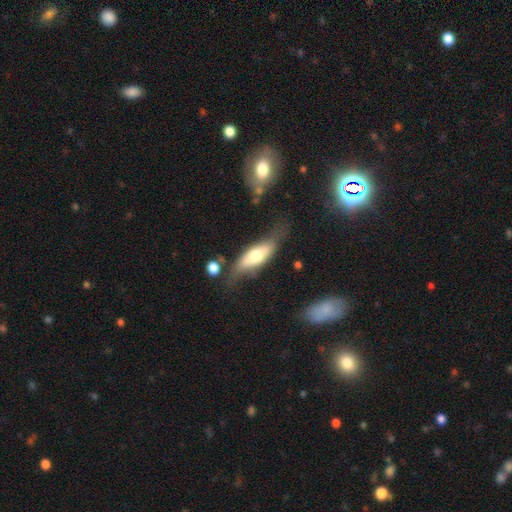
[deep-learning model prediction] The model was most divided on "smooth or featured": smooth: 49%, featured or disk: 45%, star or artifact: 6%. More confident: merging — none (56%).